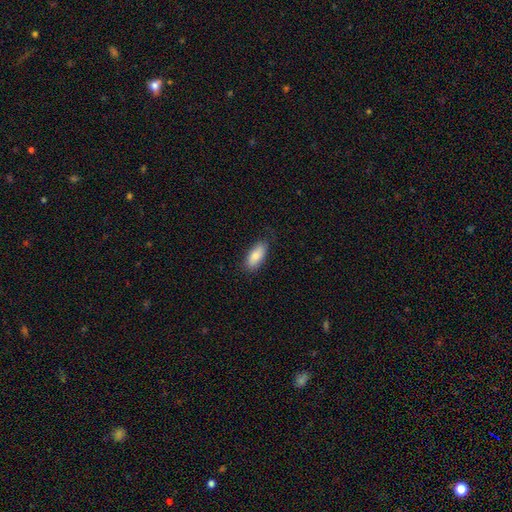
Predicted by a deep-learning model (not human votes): This is clearly a smooth galaxy (82%). How rounded: clearly in between (83%). Merging: likely none (80%).